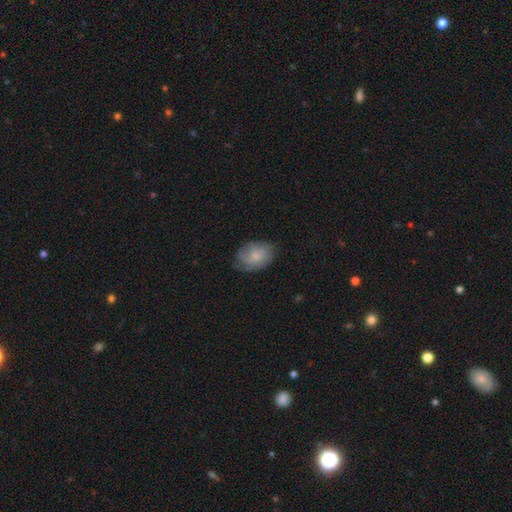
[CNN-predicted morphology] smooth-or-featured: smooth: 68% | featured or disk: 25% | star or artifact: 7%
  how-rounded: in between: 77% | round: 22% | cigar-shaped: 1%
  merging: none: 65% | minor disturbance: 26% | major disturbance: 8% | merger: 1%